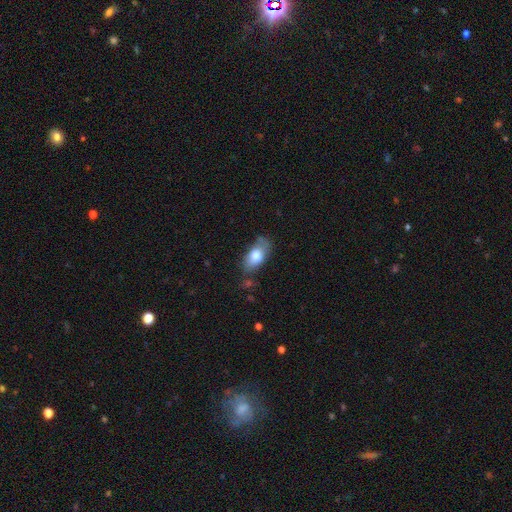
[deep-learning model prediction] smooth_or_featured: smooth (p=0.76) [alt: featured or disk p=0.17]
how_rounded: in between (p=0.91) [alt: cigar-shaped p=0.05]
merging: none (p=0.59) [alt: minor disturbance p=0.28]